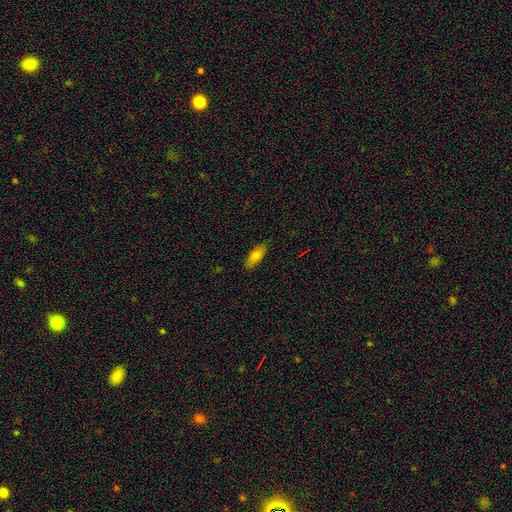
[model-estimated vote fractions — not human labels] Morphology: type=smooth (77%); roundness=in between (79%); merging=none (86%).